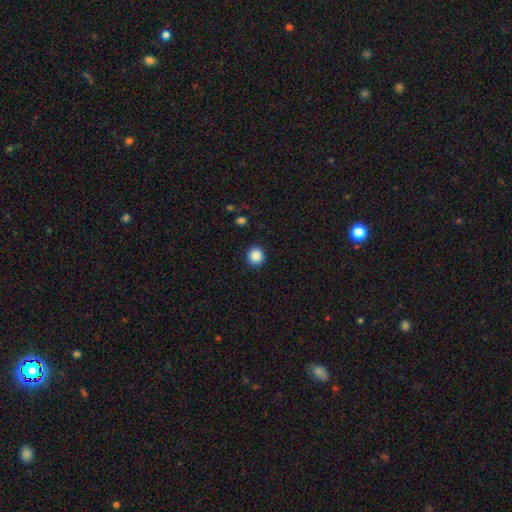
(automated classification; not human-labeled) Morphology: type=smooth (88%); roundness=round (91%); merging=none (92%).